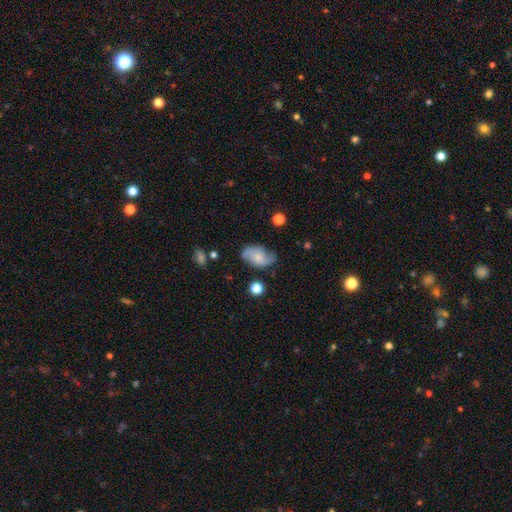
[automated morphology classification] The model was most divided on "smooth or featured": featured or disk: 48%, smooth: 44%, star or artifact: 8%. More confident: merging — none (66%).